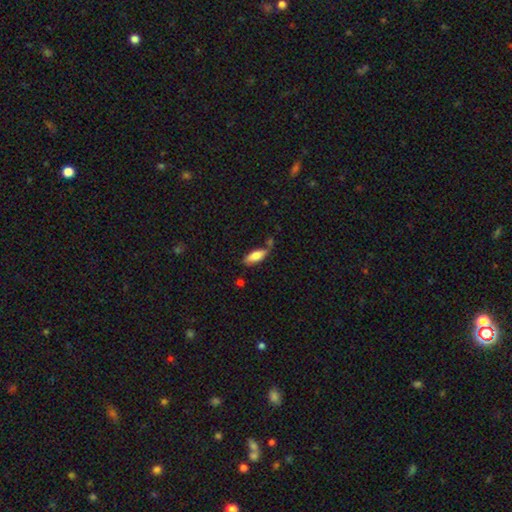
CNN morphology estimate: Overall: smooth (76%). How rounded: in between (71%). Merging: none (61%; minor disturbance 23%).